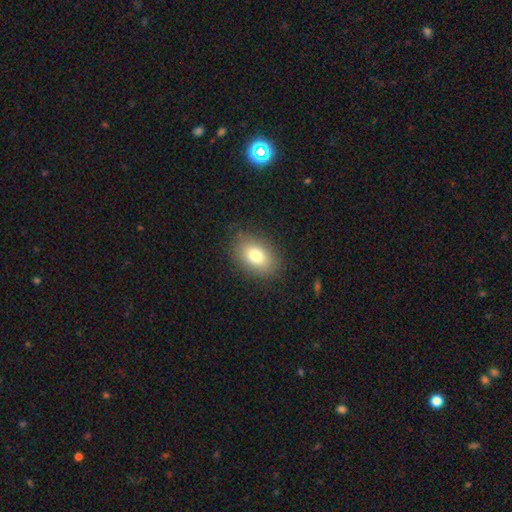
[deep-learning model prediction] Q: Smooth or featured?
A: smooth (79%); runner-up: featured or disk (11%)
Q: How rounded?
A: in between (82%); runner-up: round (17%)
Q: Merging?
A: none (84%); runner-up: minor disturbance (11%)